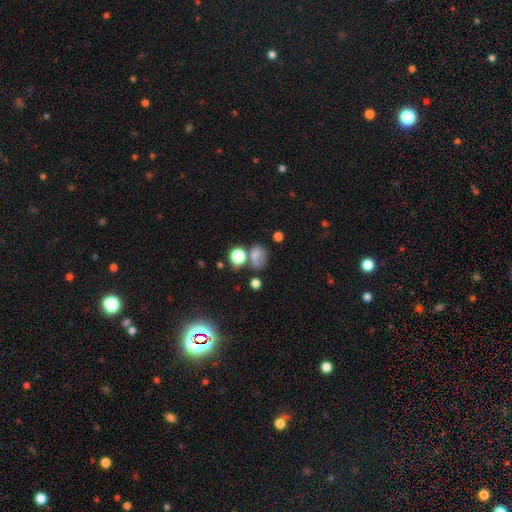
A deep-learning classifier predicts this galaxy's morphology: Smooth or featured? smooth (67%)
How rounded? in between (59%)
Merging? none (43%)